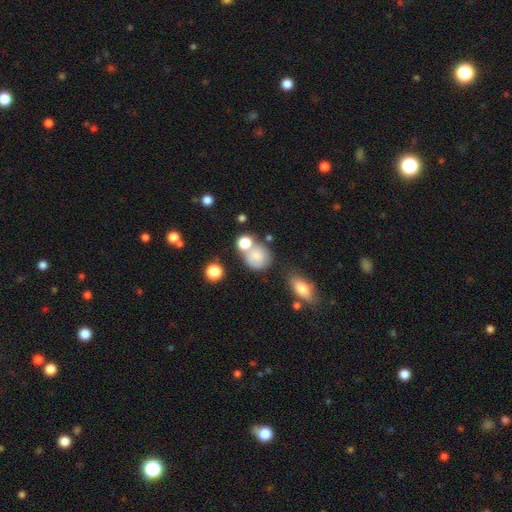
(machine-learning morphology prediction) Smooth or featured: smooth — 78% (featured or disk — 11%)
How rounded: round — 80% (in between — 19%)
Merging: none — 54% (merger — 26%)